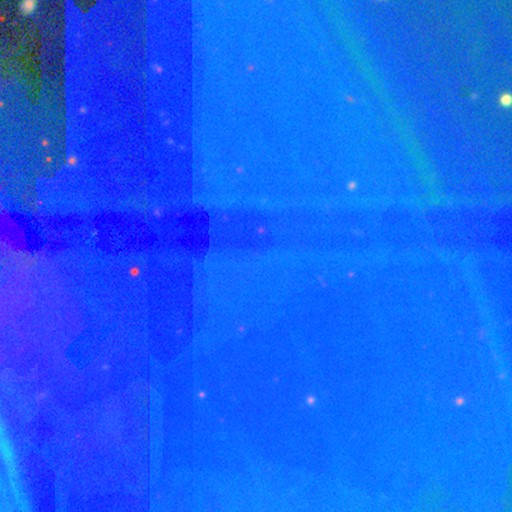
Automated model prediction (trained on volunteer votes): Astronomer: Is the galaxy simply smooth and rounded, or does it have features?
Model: star or artifact — 85%.